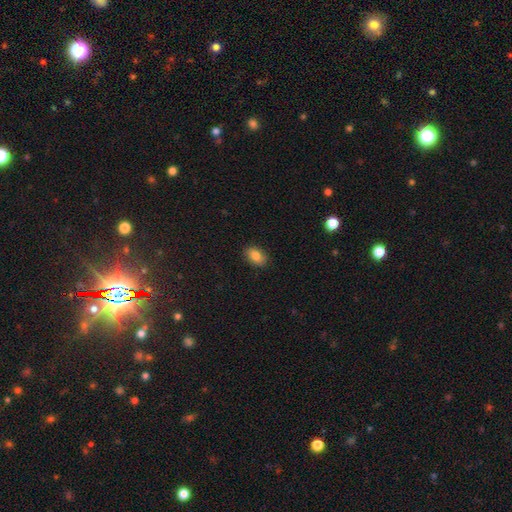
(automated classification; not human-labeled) Q: Smooth or featured?
A: smooth (84%); runner-up: star or artifact (9%)
Q: How rounded?
A: in between (85%); runner-up: round (14%)
Q: Merging?
A: none (88%); runner-up: minor disturbance (9%)